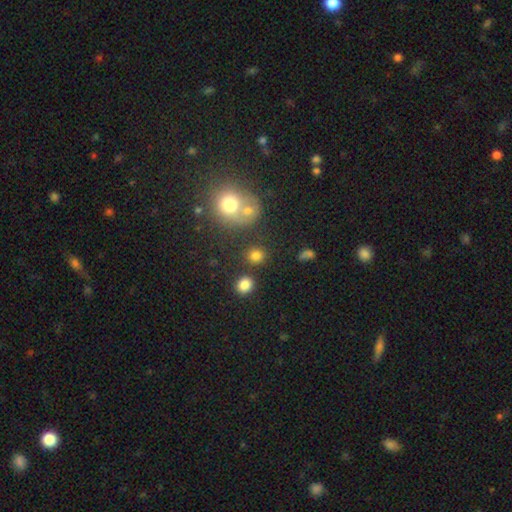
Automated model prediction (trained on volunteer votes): This is likely a smooth galaxy (79%). How rounded: clearly round (82%). Merging: likely none (77%).